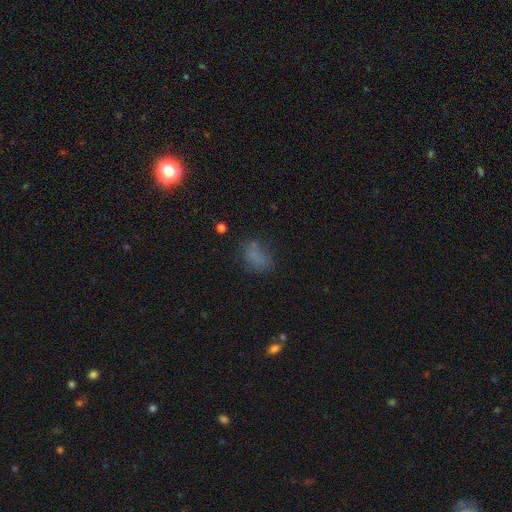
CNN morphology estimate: A smooth galaxy with no disk features (71%) that is in between round and cigar-shaped (81%). Merging: none (57%).